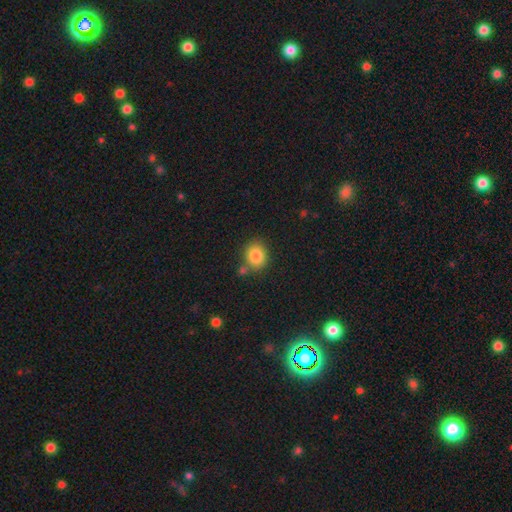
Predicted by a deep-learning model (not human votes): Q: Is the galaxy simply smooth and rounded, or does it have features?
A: smooth — 85%.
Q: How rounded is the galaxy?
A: round — 59%.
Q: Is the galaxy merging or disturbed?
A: none — 71%.